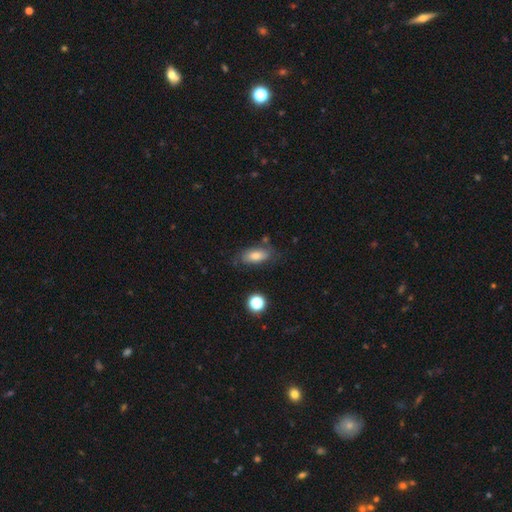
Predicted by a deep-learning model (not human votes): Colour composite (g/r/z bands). It shows a smooth galaxy with no disk features (71%) that is in between round and cigar-shaped (84%). Merging: none (72%).